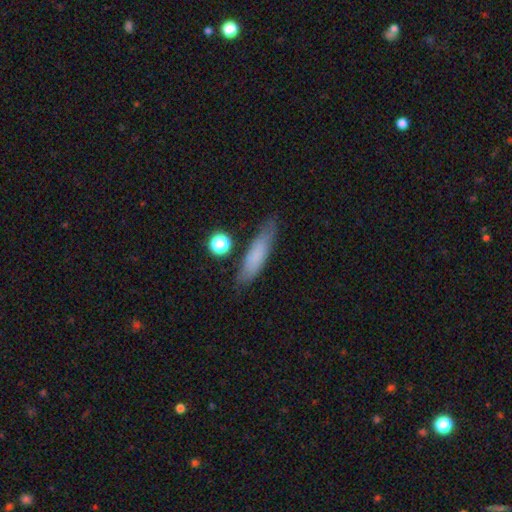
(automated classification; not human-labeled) Smooth or featured? smooth (74%)
How rounded? cigar-shaped (72%)
Merging? none (78%)